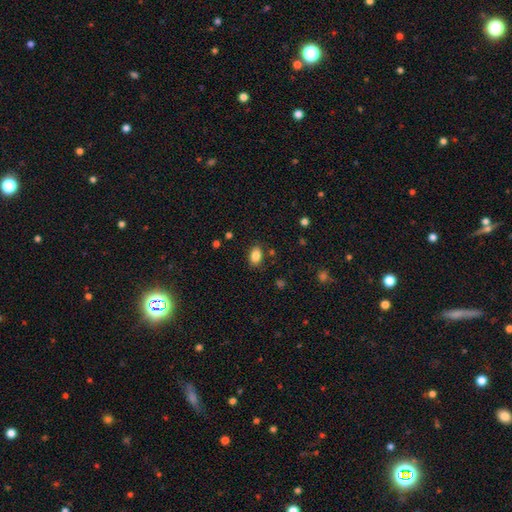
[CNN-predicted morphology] Smooth or featured? smooth (86%)
How rounded? in between (87%)
Merging? none (85%)